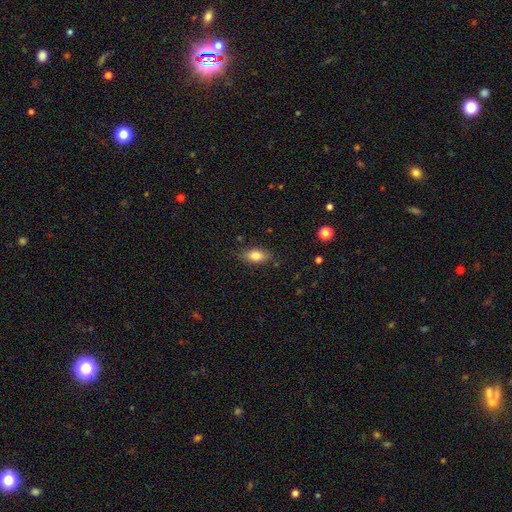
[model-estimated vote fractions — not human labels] A smooth galaxy with no disk features (81%) that is in between round and cigar-shaped (87%).

Vote fractions:
- Smooth or featured? smooth: 81% / featured or disk: 11% / star or artifact: 8%
- How rounded? in between: 87% / round: 7% / cigar-shaped: 6%
- Merging? none: 81% / minor disturbance: 14% / major disturbance: 3% / merger: 2%